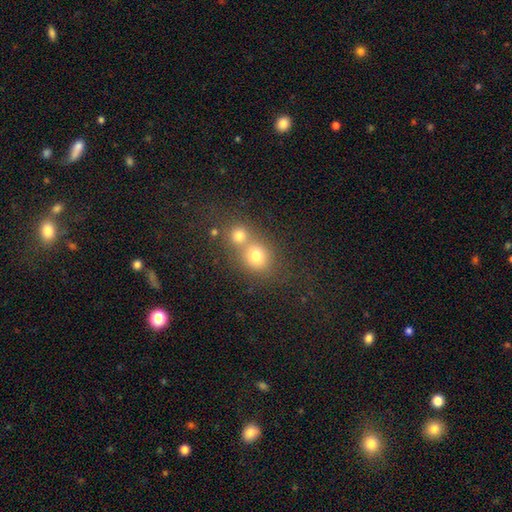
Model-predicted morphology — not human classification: Smooth or featured: smooth — 74% (star or artifact — 15%)
How rounded: round — 78% (in between — 21%)
Merging: merger — 49% (none — 41%)